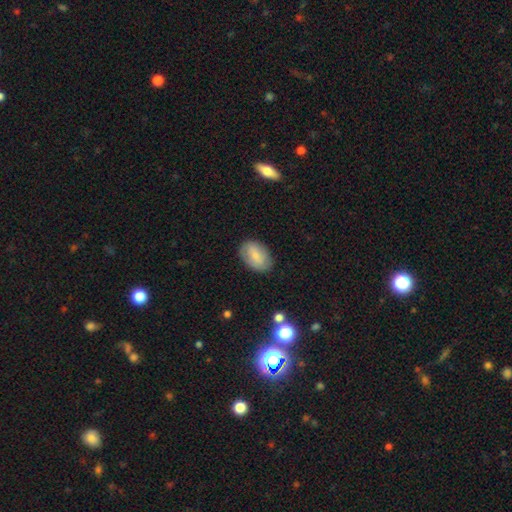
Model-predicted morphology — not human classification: This appears to be a smooth galaxy with no disk features (76%) that is in between round and cigar-shaped (89%). Merging: none (82%).